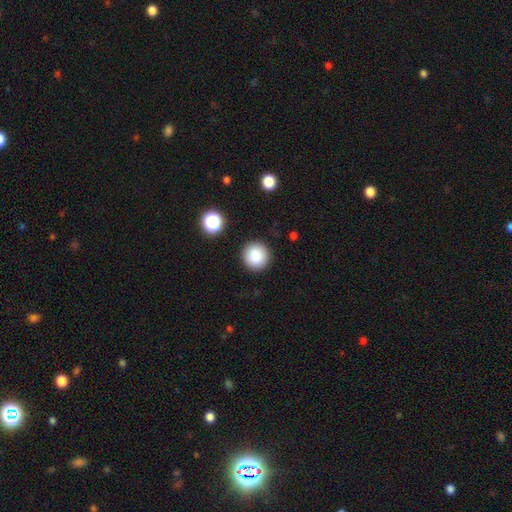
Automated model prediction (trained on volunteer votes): smooth-or-featured: smooth: 85% | star or artifact: 10% | featured or disk: 5%
  how-rounded: round: 94% | in between: 5% | cigar-shaped: 1%
  merging: none: 90% | minor disturbance: 6% | major disturbance: 2% | merger: 2%